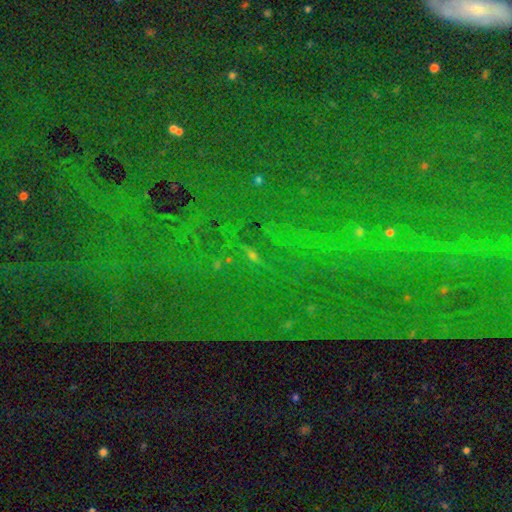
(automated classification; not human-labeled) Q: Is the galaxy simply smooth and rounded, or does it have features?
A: star or artifact — 84%.